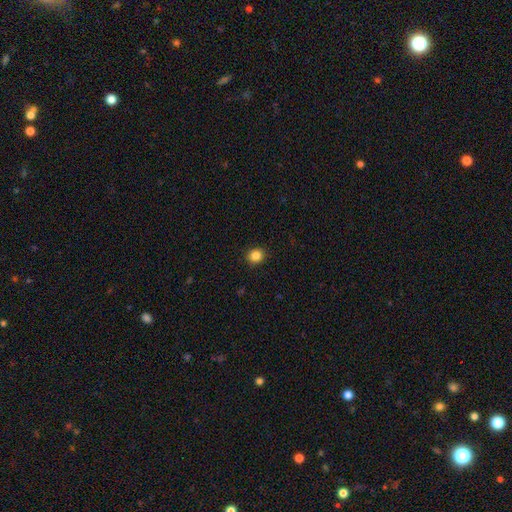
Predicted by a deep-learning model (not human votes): Smooth or featured?
  - smooth: 85% *
  - star or artifact: 11%
  - featured or disk: 4%
How rounded?
  - round: 85% *
  - in between: 14%
  - cigar-shaped: 1%
Merging?
  - none: 91% *
  - minor disturbance: 6%
  - major disturbance: 2%
  - merger: 1%